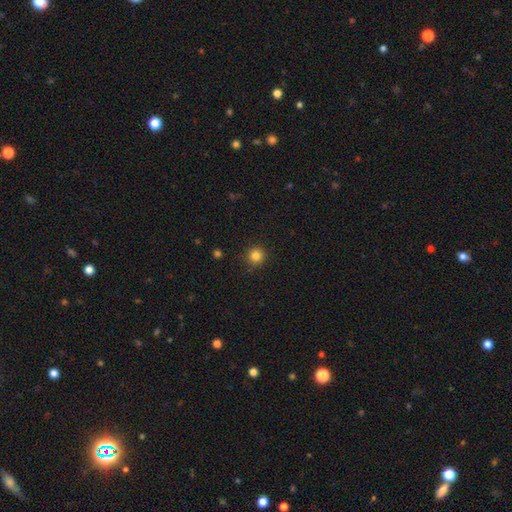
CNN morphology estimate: type=smooth (83%); roundness=round (94%); merging=none (89%).